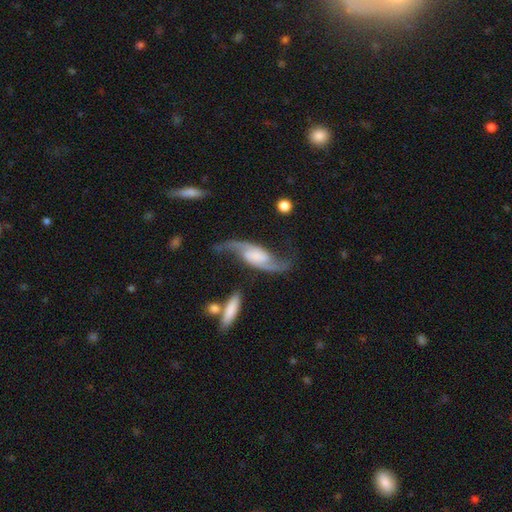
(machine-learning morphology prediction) The model was most divided on "bar": no: 45%, weak: 37%, strong: 18%. Remaining: spiral arms — yes (97%); spiral arm count — 2 (94%); edge-on disk — no (92%); smooth or featured — featured or disk (88%); spiral winding — loose (75%); merging — none (70%); bulge size — none (38%).